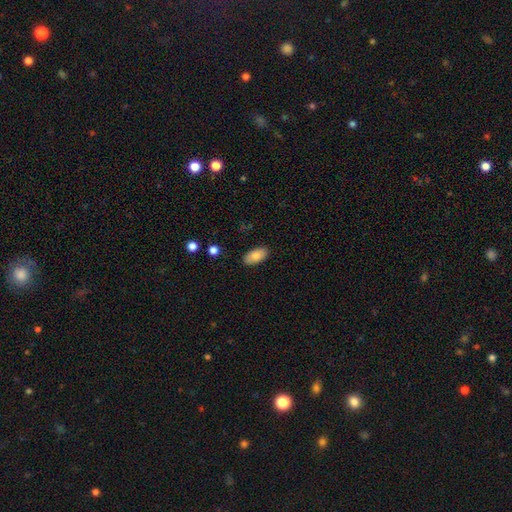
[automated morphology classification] A smooth galaxy with no disk features (82%) that is in between round and cigar-shaped (93%). Merging: none (88%).